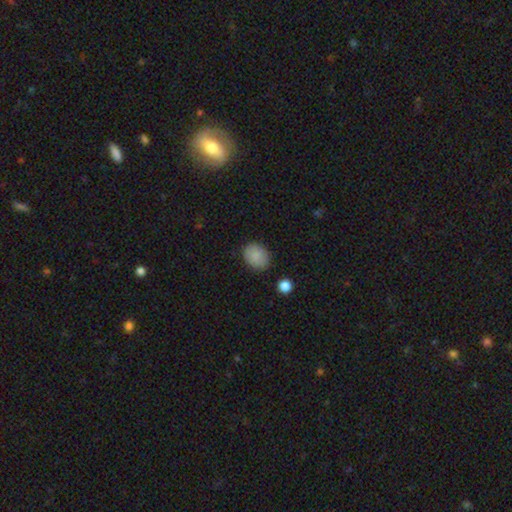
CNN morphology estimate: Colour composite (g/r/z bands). It shows a smooth galaxy with no disk features (87%) that is round (52%). Merging: none (84%).